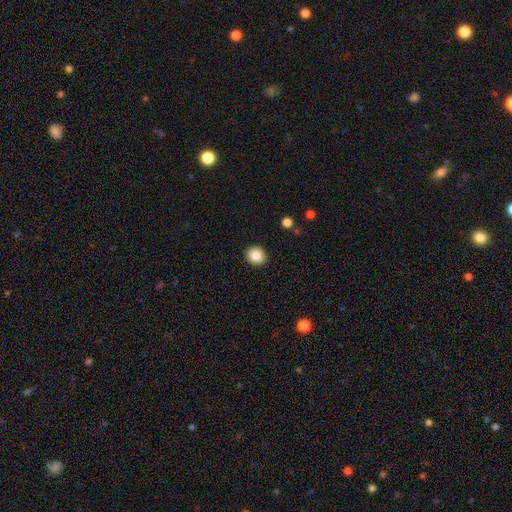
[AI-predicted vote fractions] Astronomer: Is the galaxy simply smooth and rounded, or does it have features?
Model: smooth — 85%.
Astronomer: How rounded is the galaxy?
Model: round — 70%.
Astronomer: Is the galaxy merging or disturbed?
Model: none — 91%.